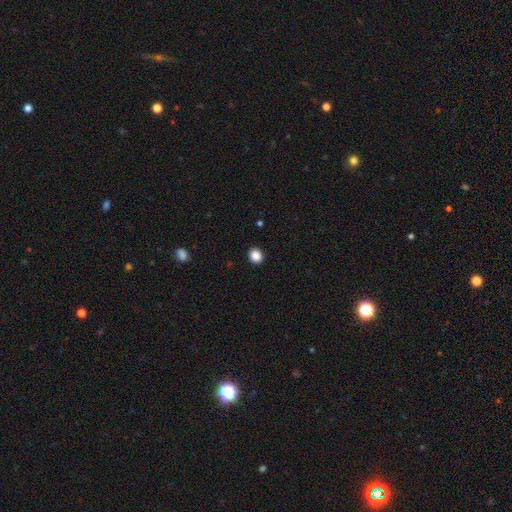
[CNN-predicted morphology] Smooth or featured? smooth (87%)
How rounded? round (77%)
Merging? none (92%)